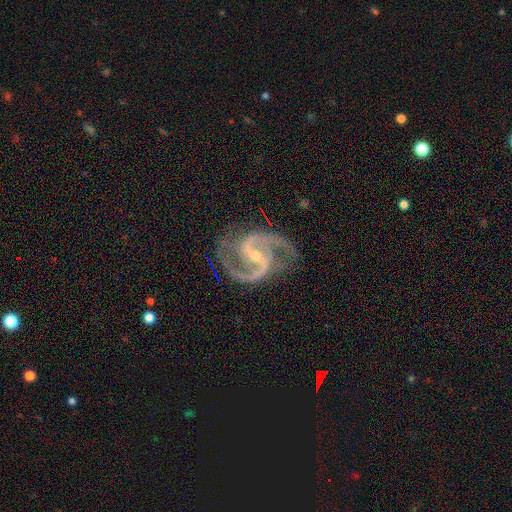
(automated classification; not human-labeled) featured or disk 94%, star or artifact 4%, smooth 2%. Down the decision tree: edge-on disk — no (98%); bar — strong (41%, tied with weak); spiral arms — yes (99%); spiral arm count — 2 (93%); spiral winding — medium (66%); bulge size — small (61%); merging — none (78%).